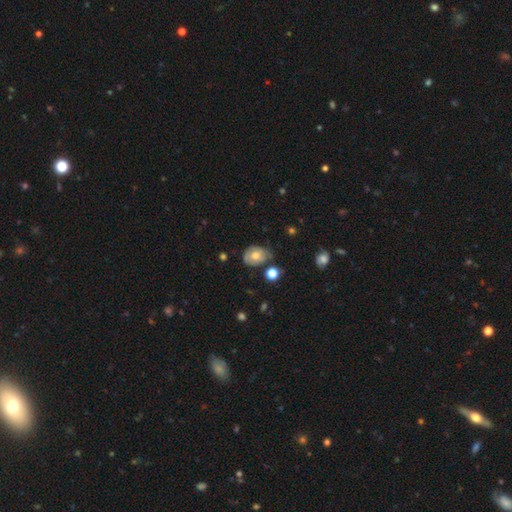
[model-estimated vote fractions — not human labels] smooth_or_featured: smooth (p=0.53) [alt: featured or disk p=0.38]
how_rounded: in between (p=0.60) [alt: round p=0.38]
merging: none (p=0.52) [alt: minor disturbance p=0.32]